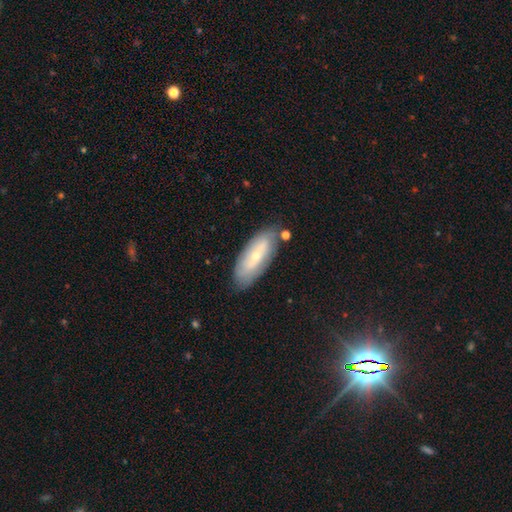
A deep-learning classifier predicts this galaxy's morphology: A featured or disk galaxy (54%).

Vote fractions:
- Smooth or featured? featured or disk: 54% / smooth: 39% / star or artifact: 7%
- Edge-on disk? no: 81% / yes: 19%
- Merging? none: 78% / minor disturbance: 16% / major disturbance: 3% / merger: 3%